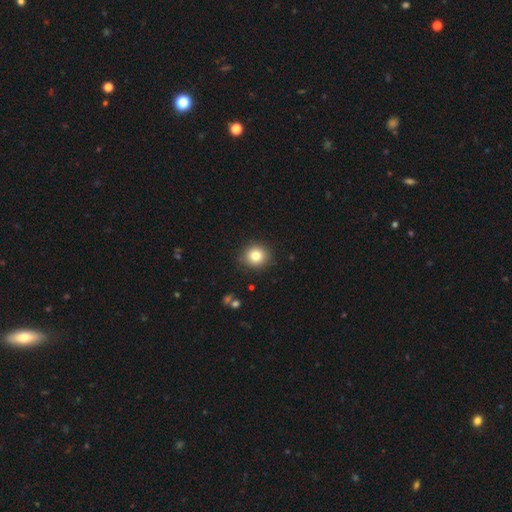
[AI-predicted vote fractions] Q: Smooth or featured?
A: smooth (81%); runner-up: star or artifact (11%)
Q: How rounded?
A: round (87%); runner-up: in between (12%)
Q: Merging?
A: none (88%); runner-up: minor disturbance (8%)